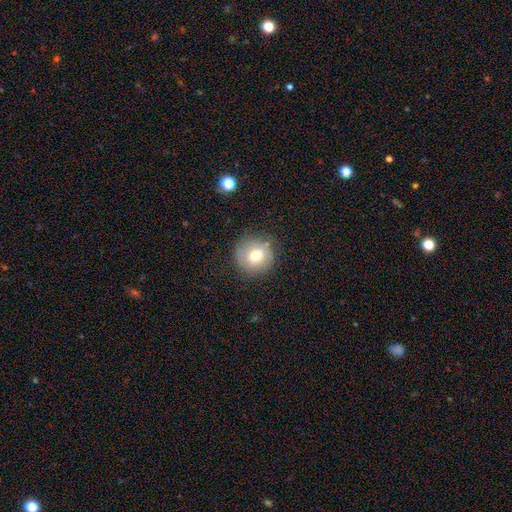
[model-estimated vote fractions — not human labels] Smooth or featured? smooth (71%)
How rounded? round (92%)
Merging? none (78%)